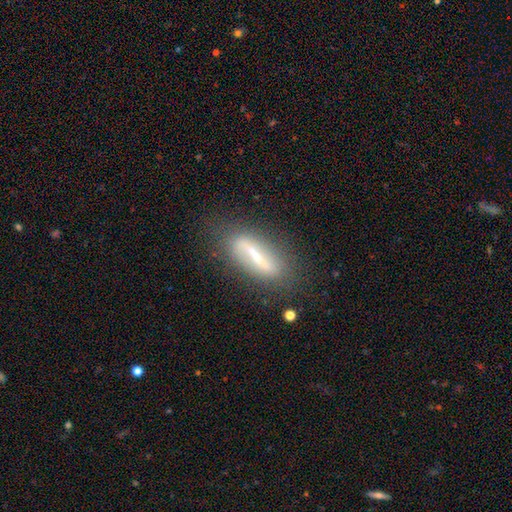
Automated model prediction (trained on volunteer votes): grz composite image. It shows a featured or disk galaxy (62%). Merging: none (78%).